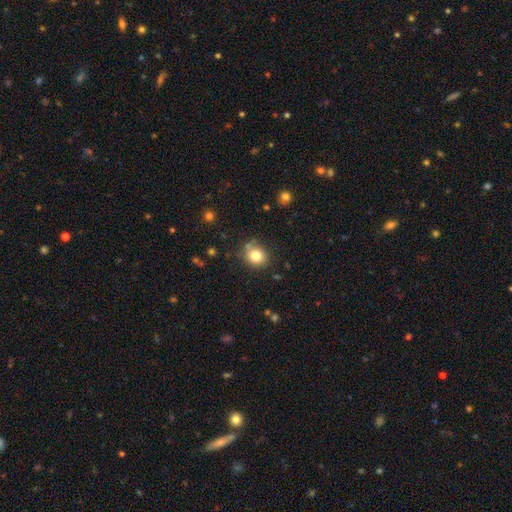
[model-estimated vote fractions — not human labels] This is likely a smooth galaxy (80%). How rounded: likely round (79%). Merging: likely none (74%).